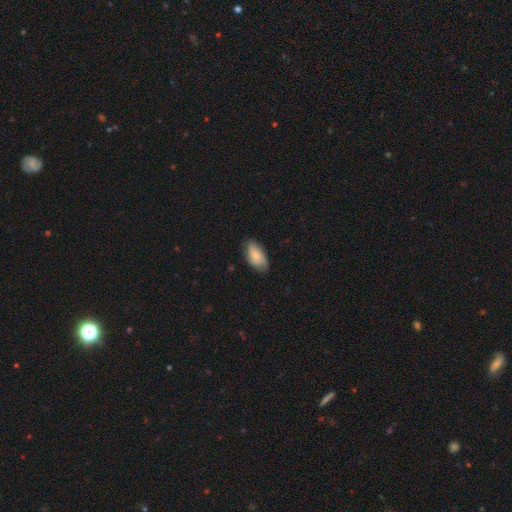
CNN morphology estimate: Smooth or featured?
  - smooth: 77% *
  - featured or disk: 16%
  - star or artifact: 6%
How rounded?
  - in between: 93% *
  - cigar-shaped: 4%
  - round: 3%
Merging?
  - none: 73% *
  - minor disturbance: 22%
  - major disturbance: 4%
  - merger: 1%